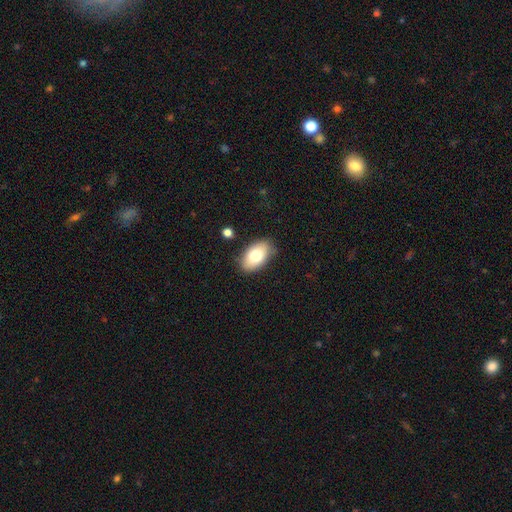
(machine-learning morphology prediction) Smooth or featured: smooth — 77% (featured or disk — 16%)
How rounded: in between — 93% (round — 5%)
Merging: none — 84% (minor disturbance — 12%)